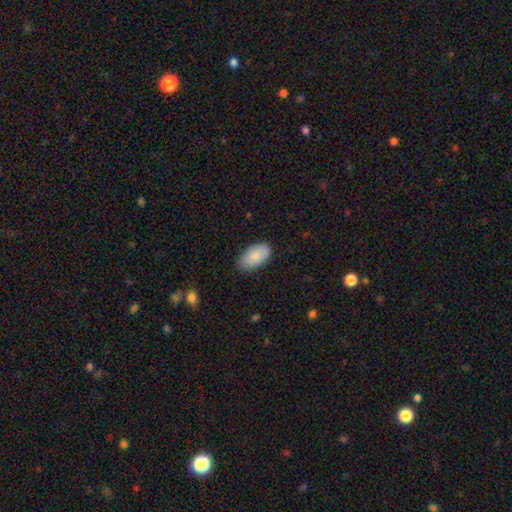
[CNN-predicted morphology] A smooth galaxy with no disk features (86%) that is in between round and cigar-shaped (95%). Merging: none (78%).